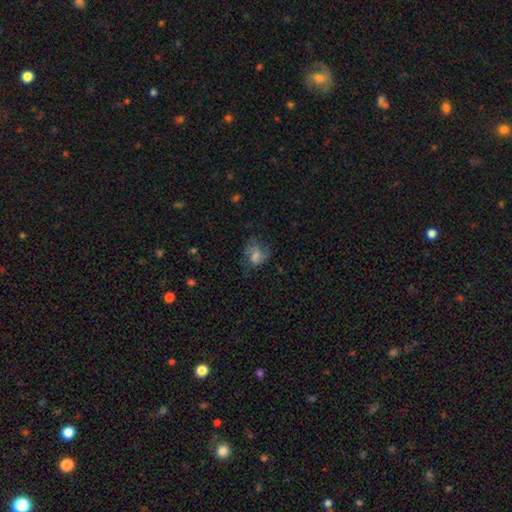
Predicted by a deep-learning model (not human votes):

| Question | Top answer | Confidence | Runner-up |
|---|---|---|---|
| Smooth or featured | featured or disk | 56% | smooth (32%) |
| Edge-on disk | no | 97% | yes (3%) |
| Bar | weak | 45% | no (43%) |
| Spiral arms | yes | 85% | no (15%) |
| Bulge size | moderate | 36% | small (29%) |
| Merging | none | 60% | minor disturbance (20%) |